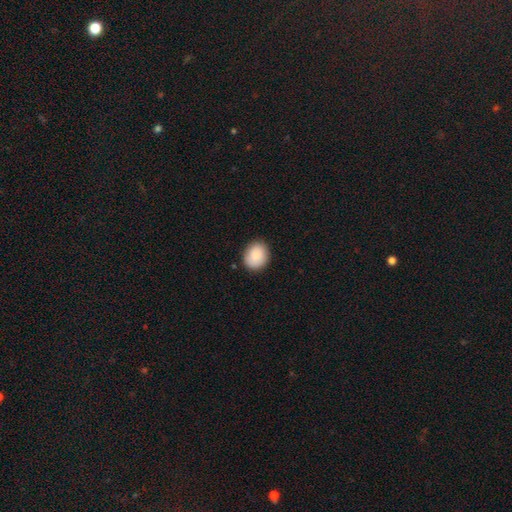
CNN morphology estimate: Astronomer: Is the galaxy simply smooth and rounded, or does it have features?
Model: smooth — 89%.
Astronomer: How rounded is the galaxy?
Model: round — 58% (runner-up: in between, 41%).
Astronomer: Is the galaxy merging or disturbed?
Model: none — 87%.